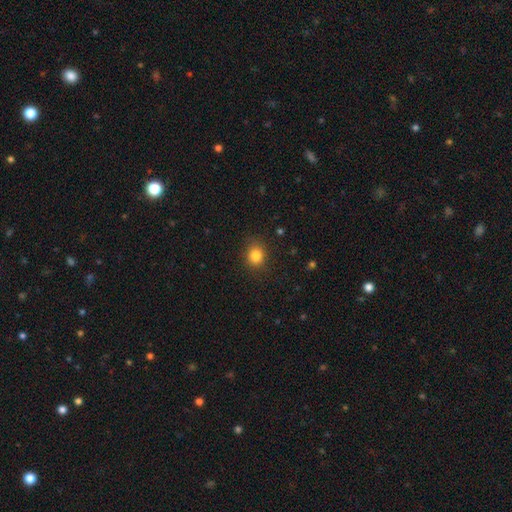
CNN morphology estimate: A smooth galaxy with no disk features (83%) that is round (74%). Merging: none (84%).